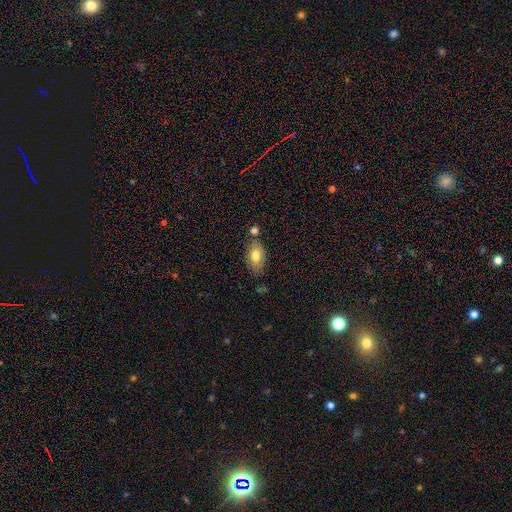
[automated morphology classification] smooth_or_featured: smooth (p=0.73) [alt: featured or disk p=0.19]
how_rounded: in between (p=0.91) [alt: round p=0.07]
merging: none (p=0.69) [alt: minor disturbance p=0.17]